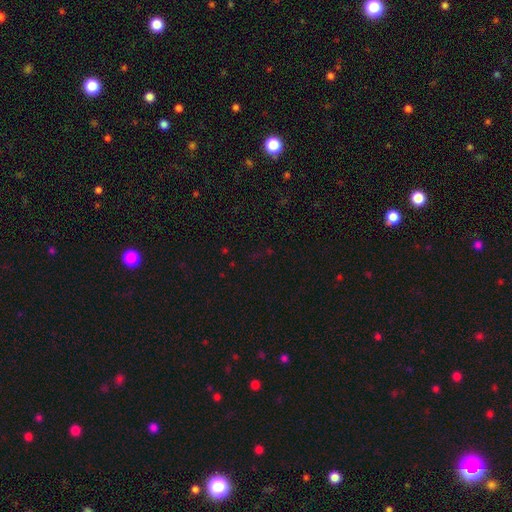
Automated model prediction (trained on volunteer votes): smooth_or_featured: star or artifact (p=0.67) [alt: smooth p=0.25]